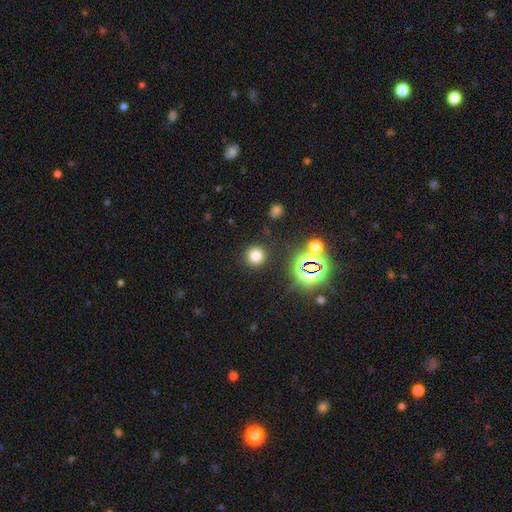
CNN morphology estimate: Smooth or featured: smooth — 72% (star or artifact — 21%)
How rounded: round — 94% (in between — 5%)
Merging: none — 88% (minor disturbance — 7%)